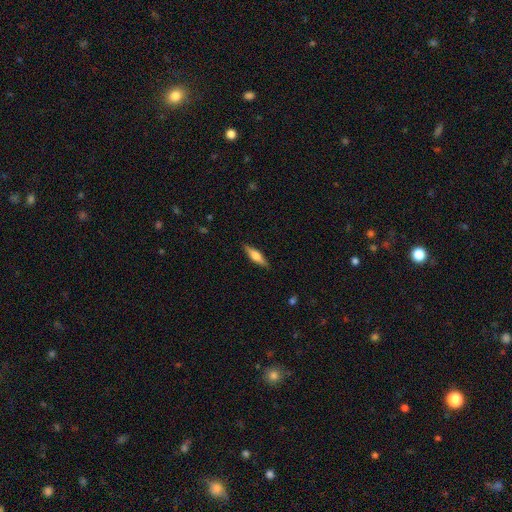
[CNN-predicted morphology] smooth-or-featured: smooth: 53% | featured or disk: 41% | star or artifact: 6%
  how-rounded: cigar-shaped: 62% | in between: 36% | round: 2%
  merging: none: 87% | minor disturbance: 10% | major disturbance: 2% | merger: 1%